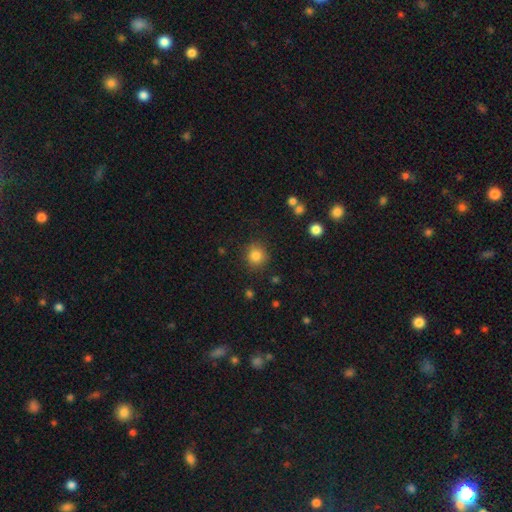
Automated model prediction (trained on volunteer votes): Morphology: type=smooth (83%); roundness=round (89%); merging=none (86%).